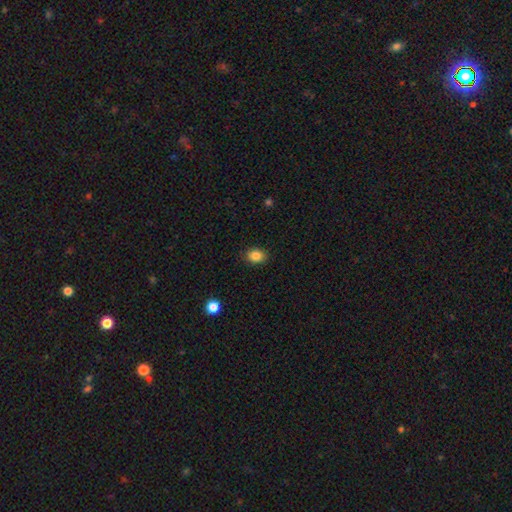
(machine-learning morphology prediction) A smooth galaxy with no disk features (86%) that is in between round and cigar-shaped (61%). Merging: none (88%).